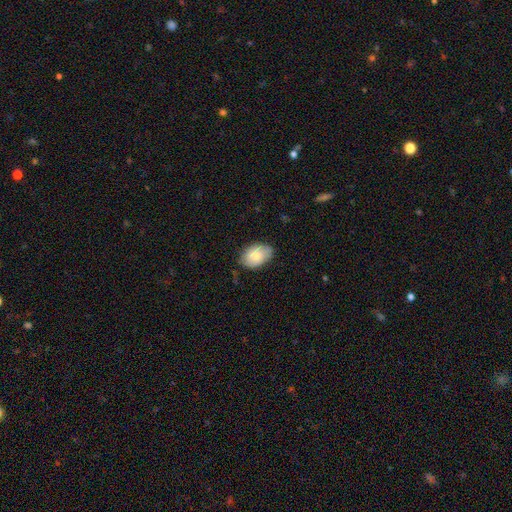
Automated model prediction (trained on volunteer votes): The model was most divided on "merging": none: 75%, minor disturbance: 20%, major disturbance: 3%, merger: 1%. More confident: how rounded — in between (86%); smooth or featured — smooth (77%).